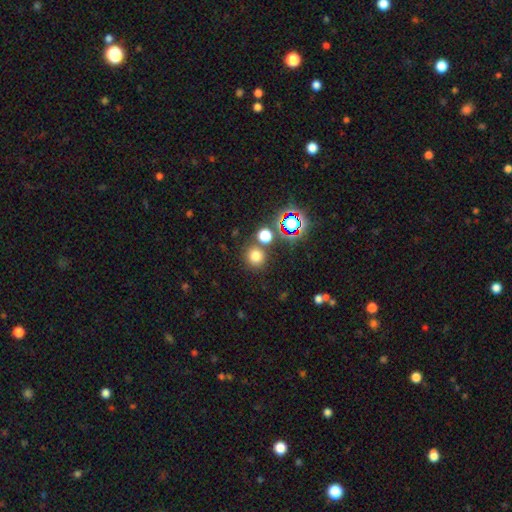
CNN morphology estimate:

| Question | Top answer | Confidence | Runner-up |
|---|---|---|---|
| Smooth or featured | smooth | 73% | star or artifact (21%) |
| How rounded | round | 91% | in between (8%) |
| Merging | none | 77% | merger (12%) |